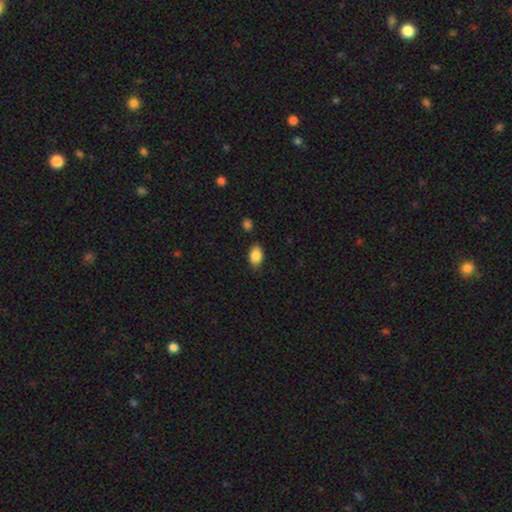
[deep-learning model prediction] This appears to be a smooth galaxy with no disk features (86%) that is in between round and cigar-shaped (88%). Merging: none (83%).